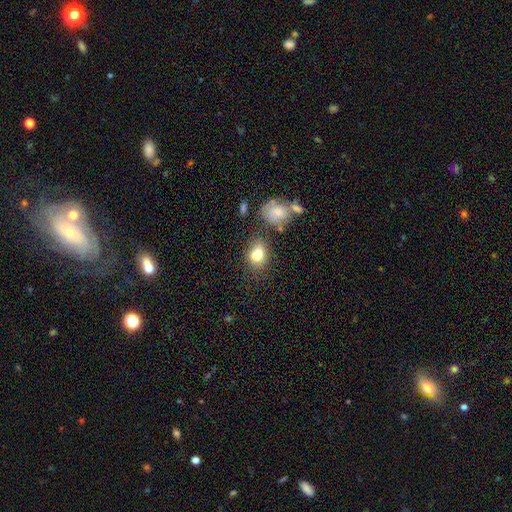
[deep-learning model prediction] Q: Smooth or featured?
A: smooth (77%); runner-up: featured or disk (13%)
Q: How rounded?
A: in between (67%); runner-up: round (31%)
Q: Merging?
A: none (47%); runner-up: merger (26%)